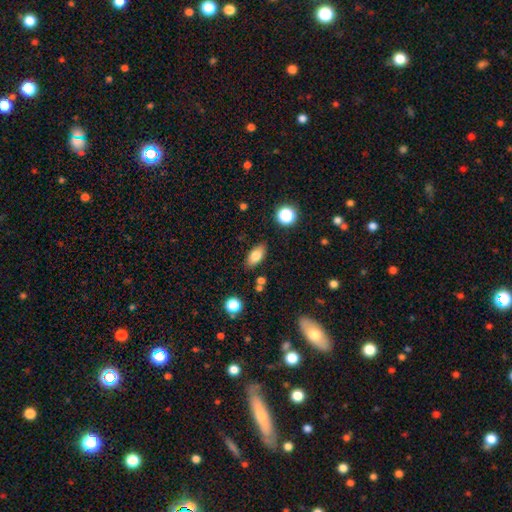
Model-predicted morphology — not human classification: smooth-or-featured: smooth: 78% | featured or disk: 13% | star or artifact: 9%
  how-rounded: in between: 88% | round: 6% | cigar-shaped: 6%
  merging: none: 83% | minor disturbance: 11% | merger: 3% | major disturbance: 3%